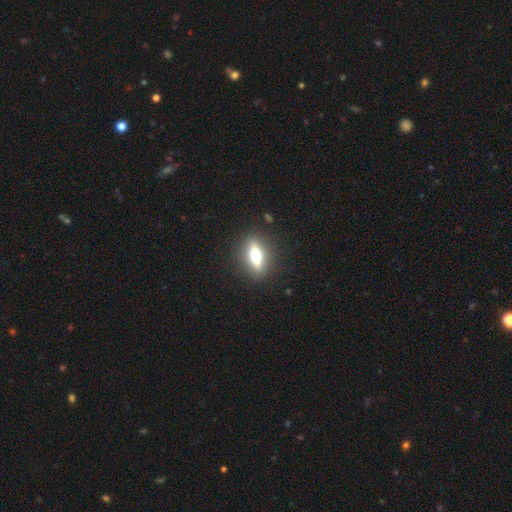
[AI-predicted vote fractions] Smooth or featured? smooth (53%)
How rounded? in between (56%)
Merging? none (87%)